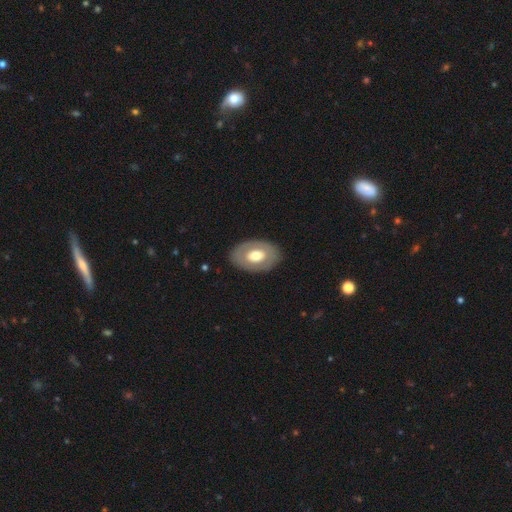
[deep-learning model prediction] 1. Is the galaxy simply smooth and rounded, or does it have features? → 51% smooth, 44% featured or disk, 6% star or artifact.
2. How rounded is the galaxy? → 85% in between, 14% round, 1% cigar-shaped.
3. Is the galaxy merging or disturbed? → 85% none, 10% minor disturbance, 4% major disturbance, 1% merger.